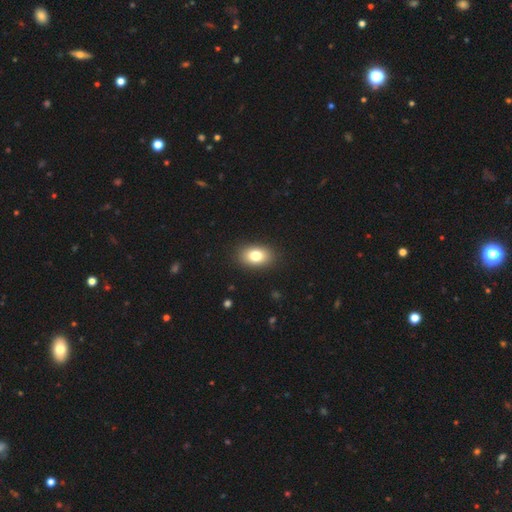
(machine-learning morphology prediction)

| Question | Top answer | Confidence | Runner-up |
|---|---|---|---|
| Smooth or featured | smooth | 80% | featured or disk (11%) |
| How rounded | in between | 82% | round (16%) |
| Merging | none | 89% | minor disturbance (8%) |